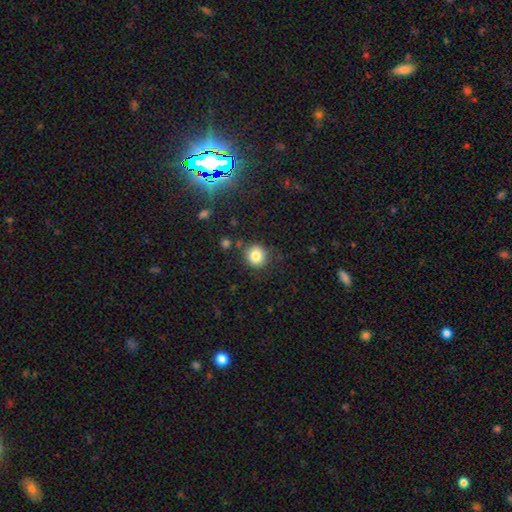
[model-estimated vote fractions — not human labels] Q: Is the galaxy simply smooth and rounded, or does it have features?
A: smooth — 83%.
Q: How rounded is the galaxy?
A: round — 90%.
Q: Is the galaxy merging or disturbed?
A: none — 84%.